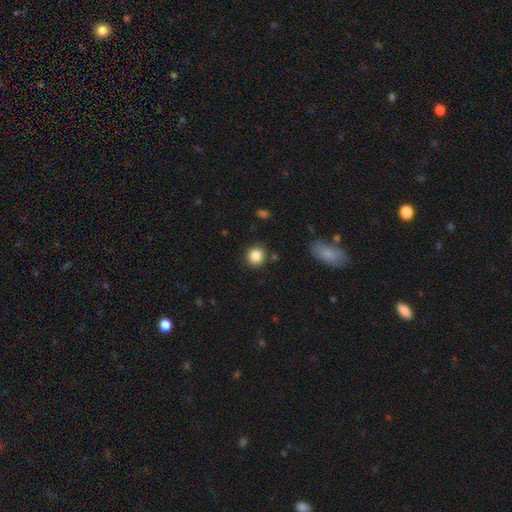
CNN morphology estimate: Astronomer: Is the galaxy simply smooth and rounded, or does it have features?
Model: smooth — 85%.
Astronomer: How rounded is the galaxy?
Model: round — 89%.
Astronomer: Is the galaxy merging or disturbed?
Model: none — 88%.